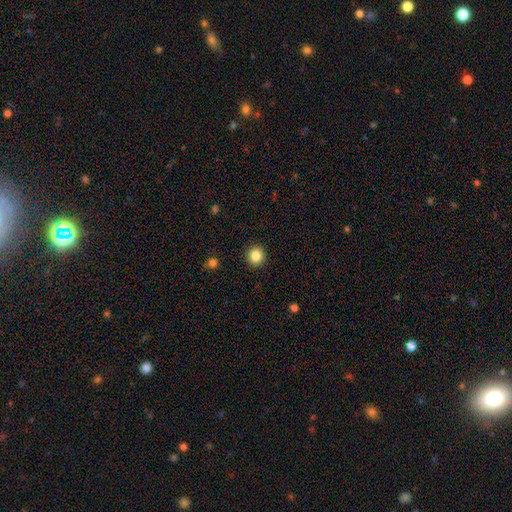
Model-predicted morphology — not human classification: Smooth or featured? smooth (85%)
How rounded? round (91%)
Merging? none (92%)